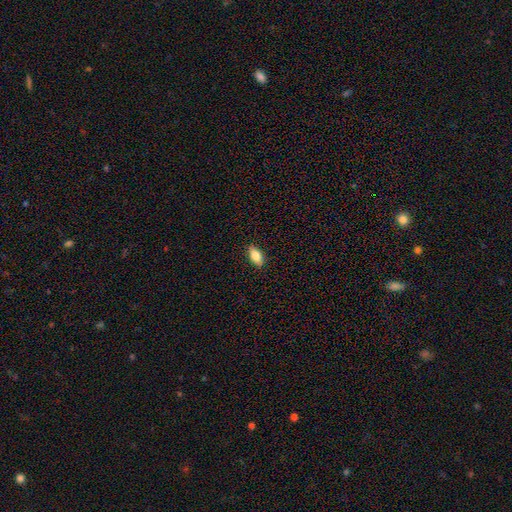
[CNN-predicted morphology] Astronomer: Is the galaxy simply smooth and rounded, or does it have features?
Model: smooth — 81%.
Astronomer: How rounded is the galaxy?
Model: in between — 86%.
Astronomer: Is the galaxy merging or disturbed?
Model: none — 86%.